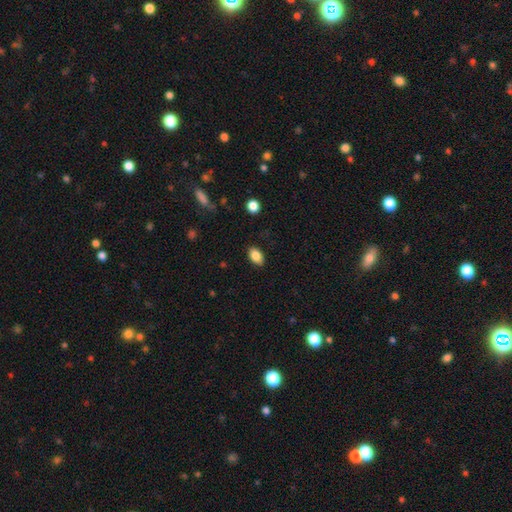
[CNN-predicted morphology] The model was most divided on "merging": none: 87%, minor disturbance: 10%, major disturbance: 2%, merger: 1%. More confident: how rounded — in between (89%); smooth or featured — smooth (85%).